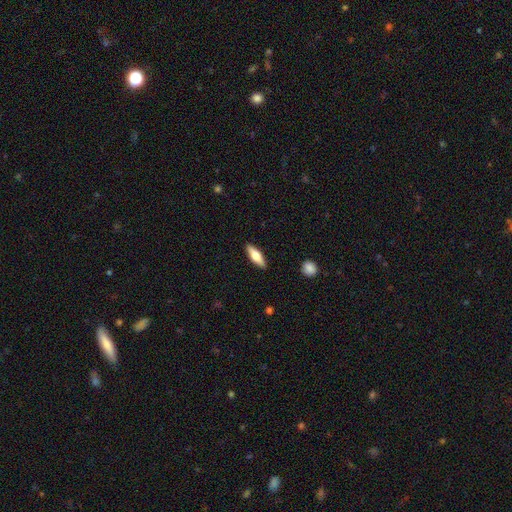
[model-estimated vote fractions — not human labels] Q: Smooth or featured?
A: smooth (59%); runner-up: featured or disk (35%)
Q: How rounded?
A: in between (50%); runner-up: cigar-shaped (47%)
Q: Merging?
A: none (89%); runner-up: minor disturbance (8%)